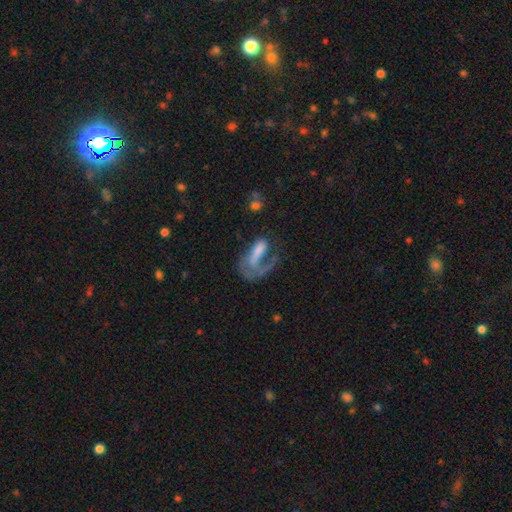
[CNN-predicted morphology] A featured or disk galaxy (57%) with no bar (54%), spiral arms (64%) and no central bulge (48%). Merging: major disturbance (51%).